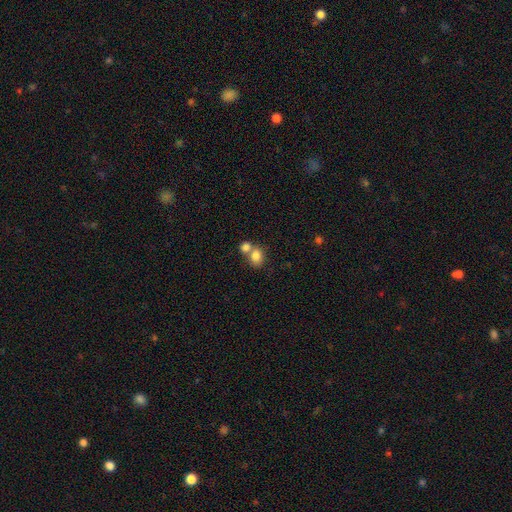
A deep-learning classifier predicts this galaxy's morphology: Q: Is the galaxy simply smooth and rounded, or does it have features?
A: smooth — 82%.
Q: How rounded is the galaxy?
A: round — 55%.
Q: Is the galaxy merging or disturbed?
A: merger — 52%.